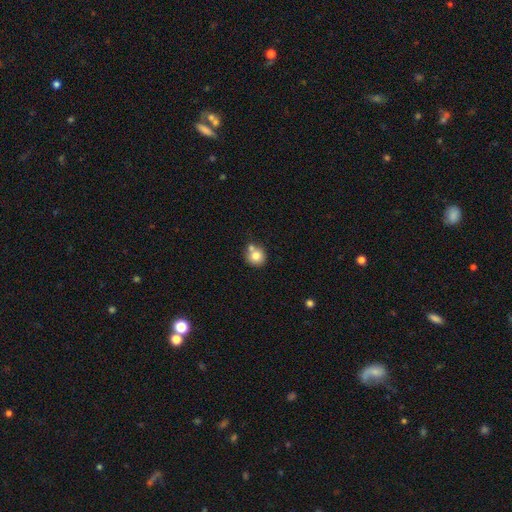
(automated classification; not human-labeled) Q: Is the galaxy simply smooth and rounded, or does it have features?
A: smooth — 77%.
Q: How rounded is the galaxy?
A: round — 90%.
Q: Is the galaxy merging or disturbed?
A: none — 57%.